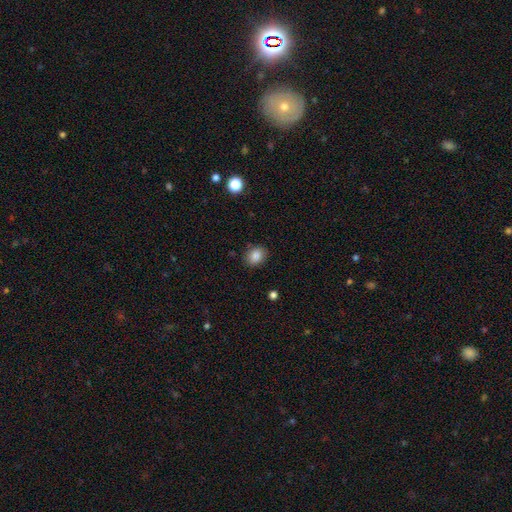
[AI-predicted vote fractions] Smooth or featured? smooth (84%)
How rounded? round (52%)
Merging? none (87%)